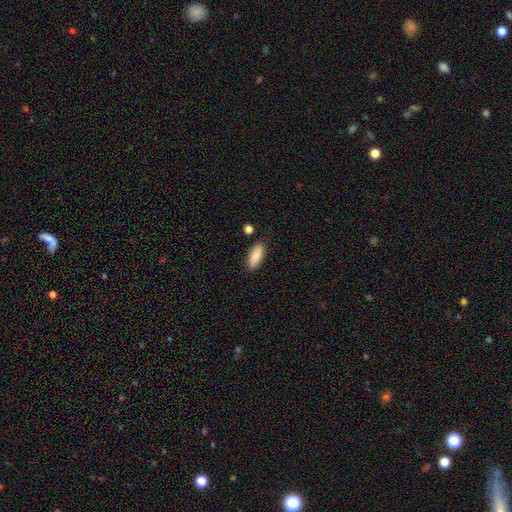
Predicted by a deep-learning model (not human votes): smooth-or-featured: smooth: 87% | featured or disk: 7% | star or artifact: 6%
  how-rounded: in between: 80% | cigar-shaped: 18% | round: 2%
  merging: none: 84% | minor disturbance: 10% | merger: 3% | major disturbance: 2%